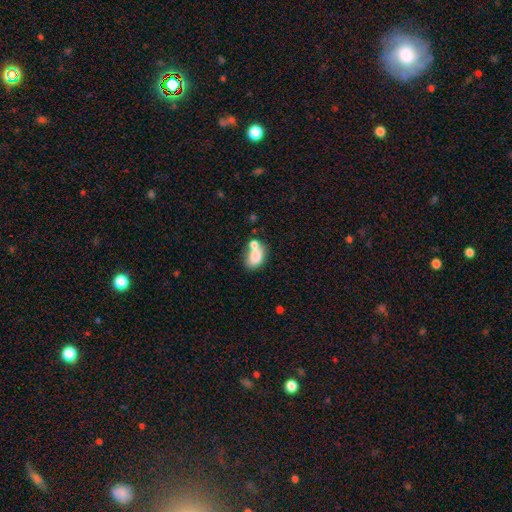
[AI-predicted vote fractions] Smooth or featured?
  - smooth: 75% *
  - featured or disk: 15%
  - star or artifact: 10%
How rounded?
  - in between: 81% *
  - round: 17%
  - cigar-shaped: 2%
Merging?
  - merger: 46% *
  - none: 33%
  - minor disturbance: 14%
  - major disturbance: 8%